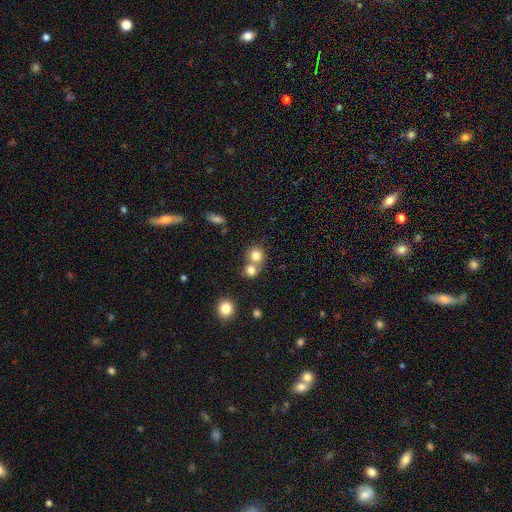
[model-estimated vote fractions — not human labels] smooth_or_featured: smooth (p=0.79) [alt: star or artifact p=0.12]
how_rounded: round (p=0.85) [alt: in between p=0.14]
merging: none (p=0.47) [alt: merger p=0.44]